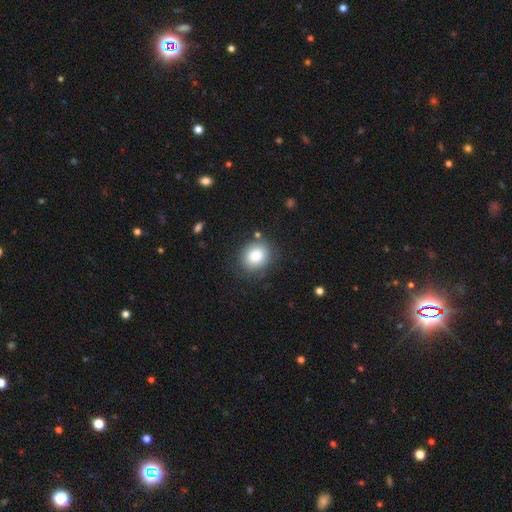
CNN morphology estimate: smooth_or_featured: smooth (p=0.84) [alt: star or artifact p=0.08]
how_rounded: round (p=0.71) [alt: in between p=0.28]
merging: none (p=0.80) [alt: minor disturbance p=0.13]